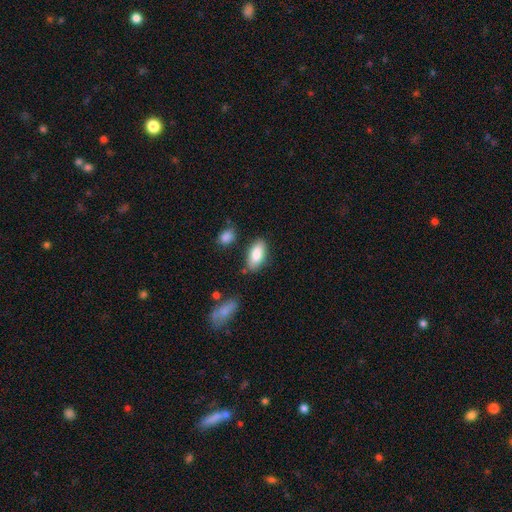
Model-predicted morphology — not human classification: Smooth or featured? smooth (84%)
How rounded? in between (89%)
Merging? none (78%)